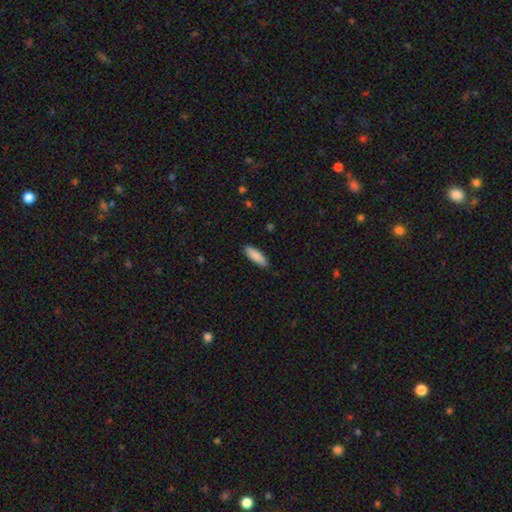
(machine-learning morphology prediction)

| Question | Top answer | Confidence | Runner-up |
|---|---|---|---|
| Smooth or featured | smooth | 88% | featured or disk (6%) |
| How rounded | in between | 52% | cigar-shaped (47%) |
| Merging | none | 89% | minor disturbance (8%) |